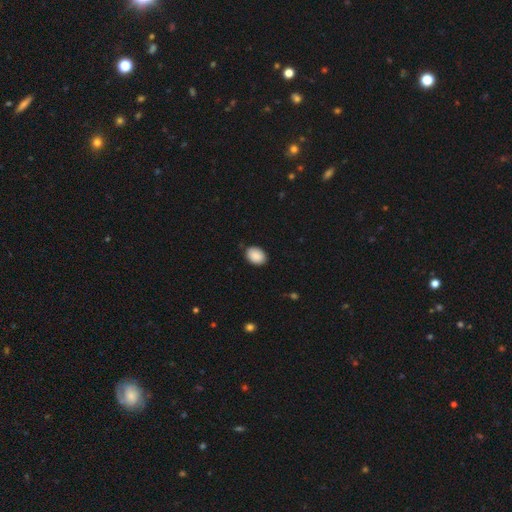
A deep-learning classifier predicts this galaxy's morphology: A smooth galaxy with no disk features (90%) that is in between round and cigar-shaped (76%).

Vote fractions:
- Smooth or featured? smooth: 90% / star or artifact: 7% / featured or disk: 3%
- How rounded? in between: 76% / round: 24% / cigar-shaped: 1%
- Merging? none: 86% / minor disturbance: 11% / major disturbance: 2% / merger: 1%